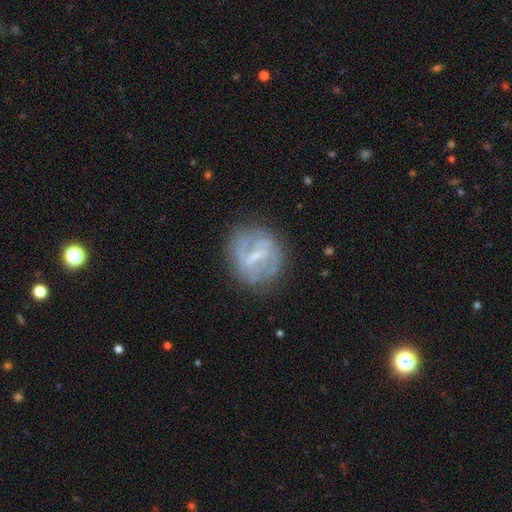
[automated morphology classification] The model was most divided on "spiral winding": tight: 44%, medium: 37%, loose: 19%. Remaining: edge-on disk — no (96%); smooth or featured — featured or disk (77%); merging — none (73%); spiral arms — yes (72%); bar — strong (55%); spiral arm count — 2 (55%); bulge size — small (44%).